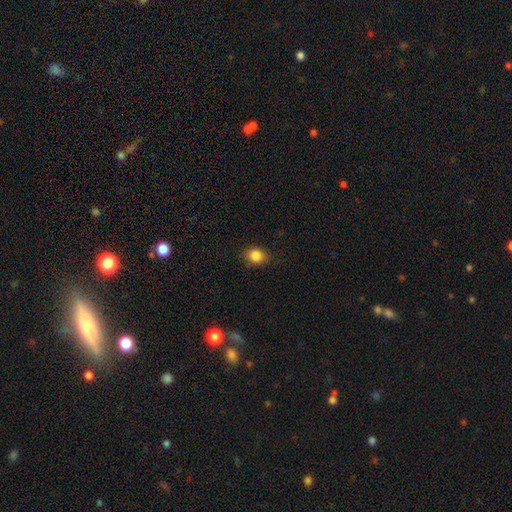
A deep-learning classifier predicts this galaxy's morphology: type=smooth (85%); roundness=round (62%); merging=none (82%).